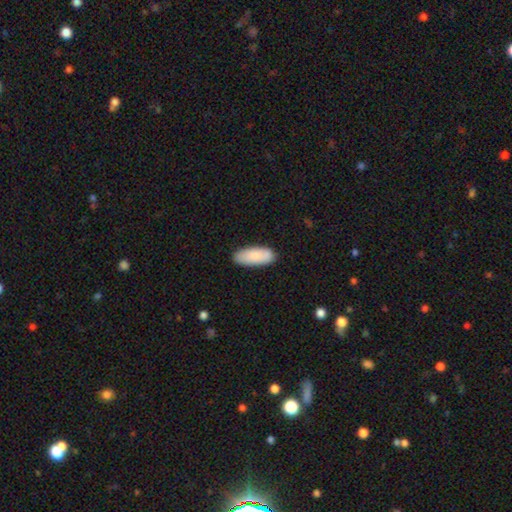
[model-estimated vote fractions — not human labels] Overall: smooth (86%). How rounded: in between (80%). Merging: none (83%).